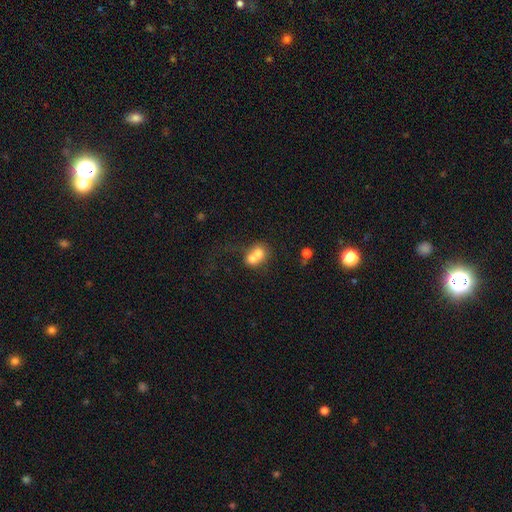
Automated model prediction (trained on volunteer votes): This appears to be a smooth galaxy with no disk features (67%) that is round (68%). Merging: merger (71%).